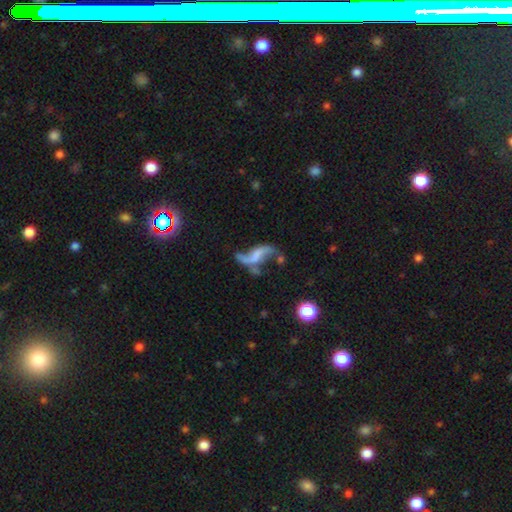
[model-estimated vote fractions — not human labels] A featured or disk galaxy (76%) with no bar (44%), 2 (89%) loose (91%) spiral arms (87%) and no central bulge (59%).

Vote fractions:
- Smooth or featured? featured or disk: 76% / smooth: 15% / star or artifact: 8%
- Edge-on disk? no: 95% / yes: 5%
- Bar? no: 44% / weak: 37% / strong: 19%
- Spiral arms? yes: 87% / no: 13%
- Spiral winding? loose: 91% / medium: 7% / tight: 2%
- Spiral arm count? 2: 89% / 1: 6% / can't tell: 3% / 3: 1% / 4: 1% / more than 4: 1%
- Bulge size? none: 59% / small: 22% / moderate: 13% / large: 5% / dominant: 2%
- Merging? none: 45% / major disturbance: 20% / minor disturbance: 20% / merger: 15%